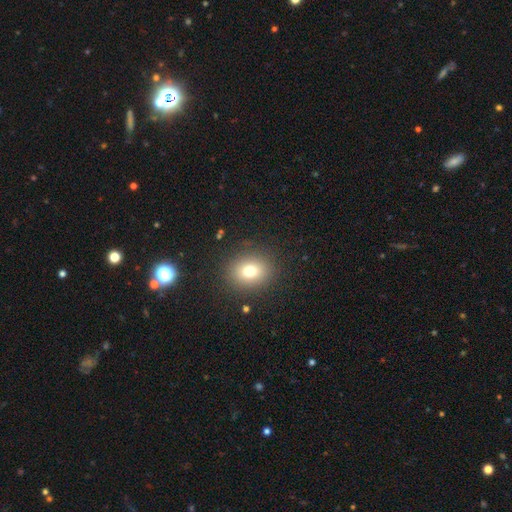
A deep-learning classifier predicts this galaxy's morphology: Smooth or featured?
  - smooth: 63% *
  - star or artifact: 30%
  - featured or disk: 8%
How rounded?
  - round: 75% *
  - in between: 24%
  - cigar-shaped: 1%
Merging?
  - none: 91% *
  - minor disturbance: 5%
  - major disturbance: 2%
  - merger: 2%